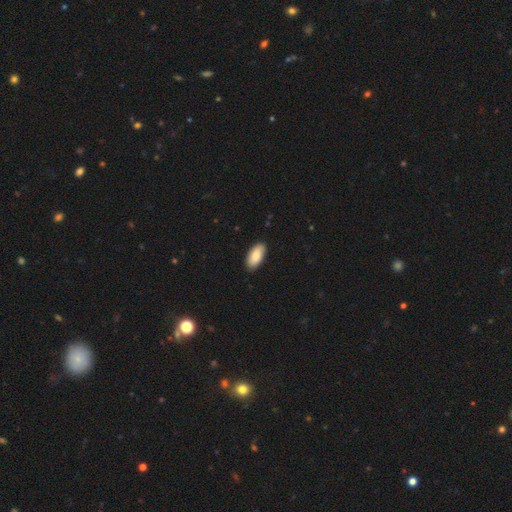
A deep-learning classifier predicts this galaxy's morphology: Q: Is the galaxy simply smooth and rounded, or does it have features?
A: smooth — 88%.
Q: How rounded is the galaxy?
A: in between — 92%.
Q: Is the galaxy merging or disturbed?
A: none — 88%.